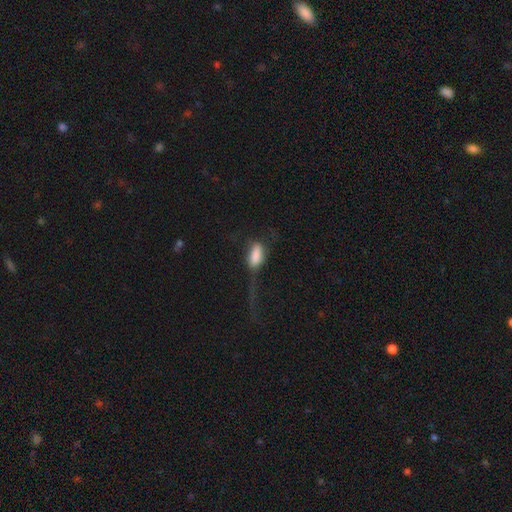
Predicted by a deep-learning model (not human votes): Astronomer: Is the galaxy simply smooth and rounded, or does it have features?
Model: smooth — 77%.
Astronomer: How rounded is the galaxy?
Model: in between — 83%.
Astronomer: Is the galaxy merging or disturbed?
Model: major disturbance — 51%.